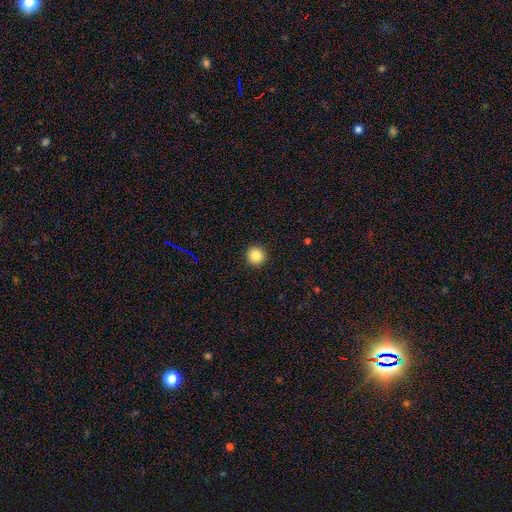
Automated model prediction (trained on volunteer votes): A smooth galaxy with no disk features (85%) that is round (95%). Merging: none (93%).